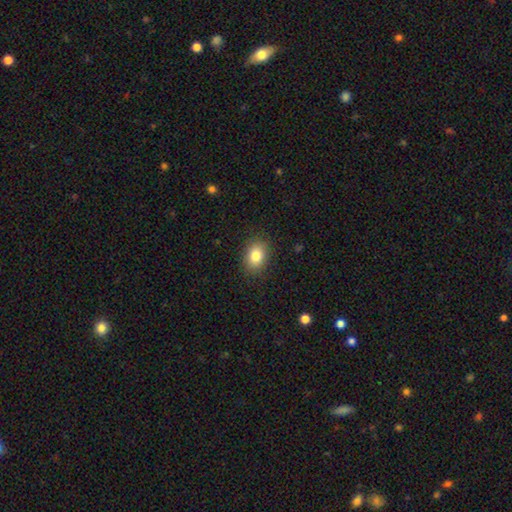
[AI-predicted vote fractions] The model was most divided on "how rounded": in between: 71%, round: 28%, cigar-shaped: 1%. More confident: merging — none (88%); smooth or featured — smooth (82%).